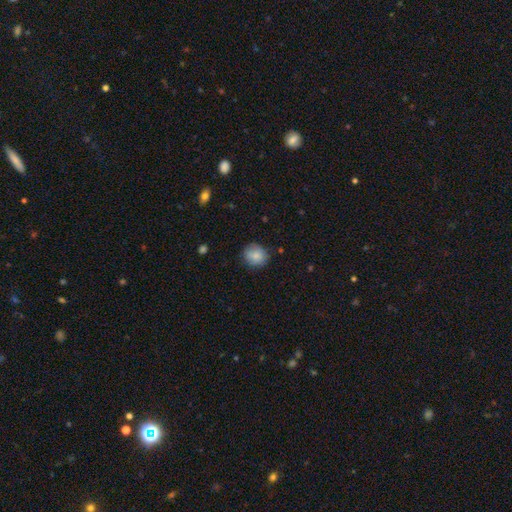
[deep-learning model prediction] This is clearly a smooth galaxy (84%). How rounded: clearly round (80%). Merging: likely none (80%).